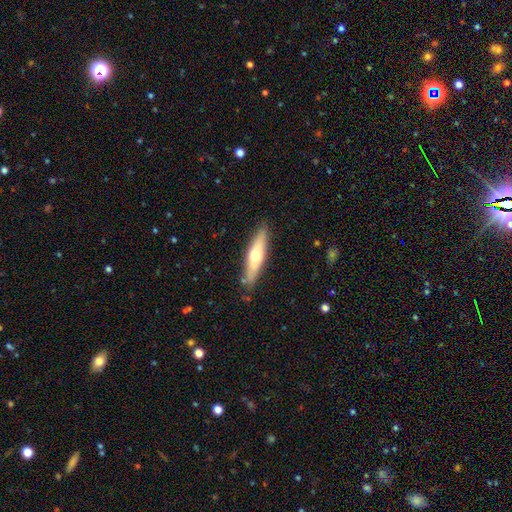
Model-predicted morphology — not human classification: Smooth or featured?
  - smooth: 51% *
  - featured or disk: 43%
  - star or artifact: 6%
How rounded?
  - cigar-shaped: 75% *
  - in between: 23%
  - round: 2%
Merging?
  - none: 84% *
  - minor disturbance: 12%
  - major disturbance: 2%
  - merger: 2%